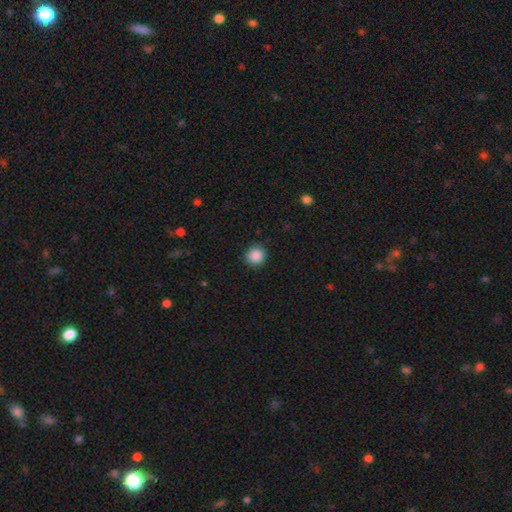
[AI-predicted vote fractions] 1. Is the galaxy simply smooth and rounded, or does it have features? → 88% smooth, 9% star or artifact, 3% featured or disk.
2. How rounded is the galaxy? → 93% round, 6% in between, 1% cigar-shaped.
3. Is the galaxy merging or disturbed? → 90% none, 7% minor disturbance, 2% major disturbance, 1% merger.